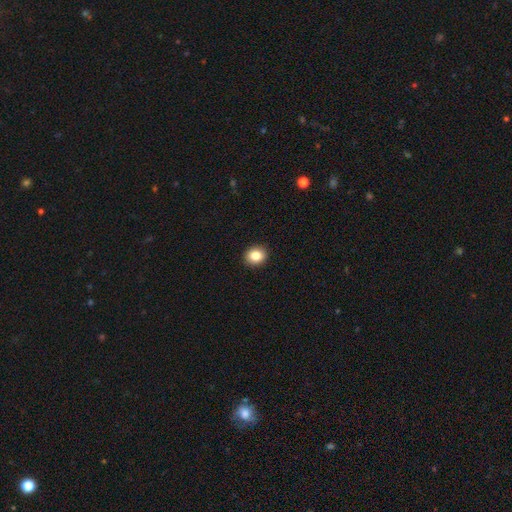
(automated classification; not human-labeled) Smooth or featured? smooth (84%)
How rounded? round (68%)
Merging? none (92%)